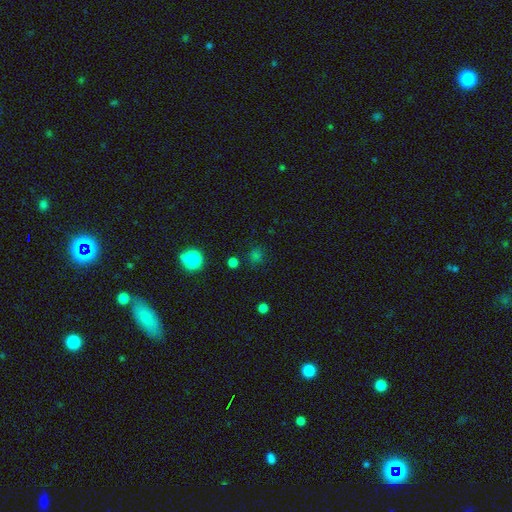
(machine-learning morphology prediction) smooth-or-featured: smooth: 60% | star or artifact: 35% | featured or disk: 5%
  how-rounded: round: 87% | in between: 11% | cigar-shaped: 1%
  merging: none: 83% | minor disturbance: 10% | major disturbance: 4% | merger: 3%